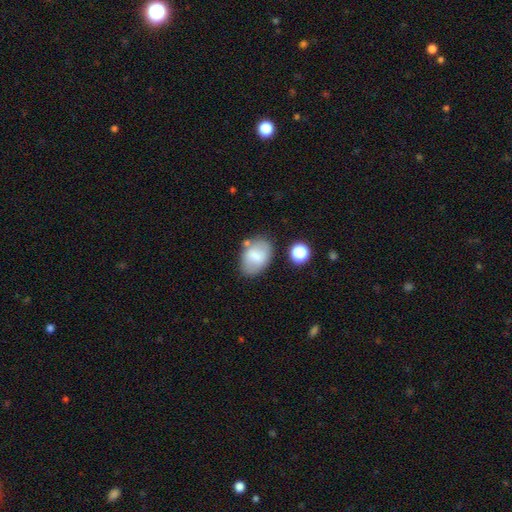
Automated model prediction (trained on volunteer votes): Overall: smooth (71%). How rounded: in between (84%). Merging: none (68%).